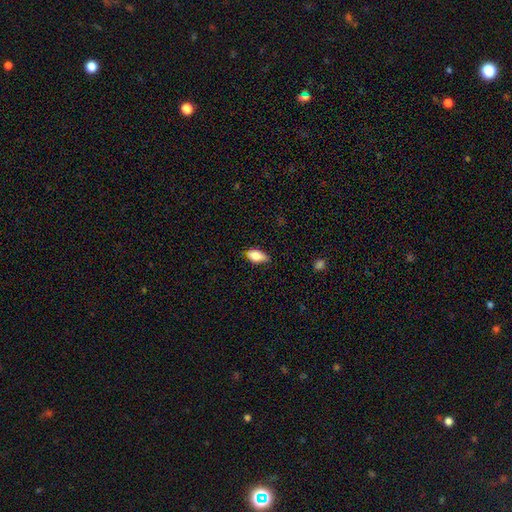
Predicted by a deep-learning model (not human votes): Smooth or featured? smooth (85%)
How rounded? in between (90%)
Merging? none (75%)